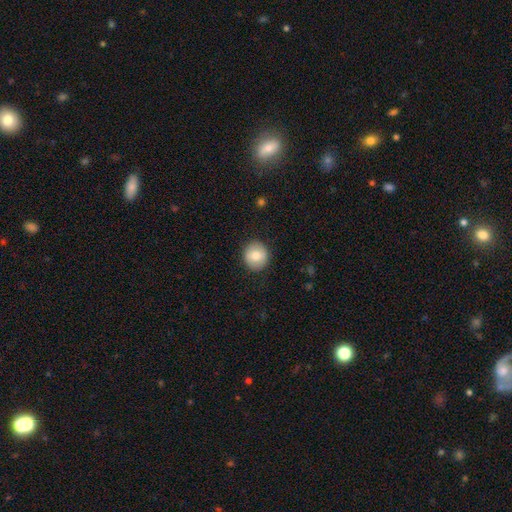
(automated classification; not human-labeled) A smooth galaxy with no disk features (78%) that is round (89%).

Vote fractions:
- Smooth or featured? smooth: 78% / featured or disk: 14% / star or artifact: 8%
- How rounded? round: 89% / in between: 10% / cigar-shaped: 1%
- Merging? none: 90% / minor disturbance: 7% / major disturbance: 2% / merger: 1%